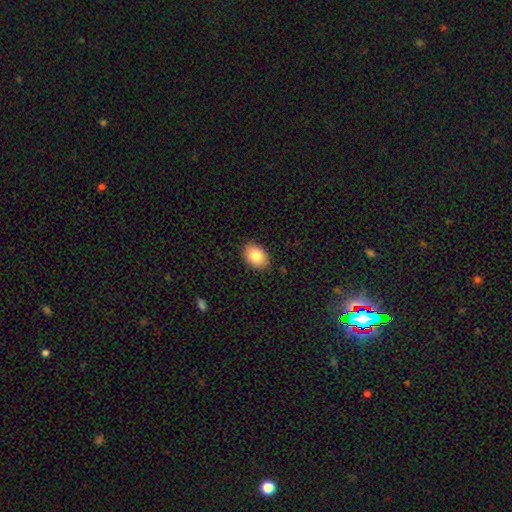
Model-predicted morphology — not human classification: The model was most divided on "how rounded": in between: 77%, round: 22%, cigar-shaped: 1%. More confident: merging — none (87%); smooth or featured — smooth (82%).